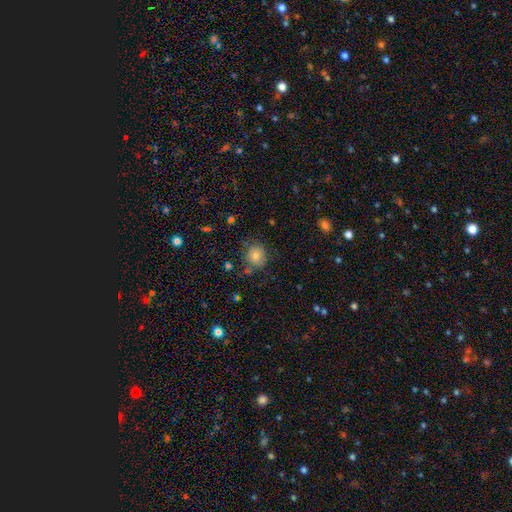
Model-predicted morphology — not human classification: Smooth or featured?
  - smooth: 80% *
  - star or artifact: 11%
  - featured or disk: 10%
How rounded?
  - round: 79% *
  - in between: 20%
  - cigar-shaped: 1%
Merging?
  - none: 75% *
  - minor disturbance: 17%
  - major disturbance: 5%
  - merger: 4%